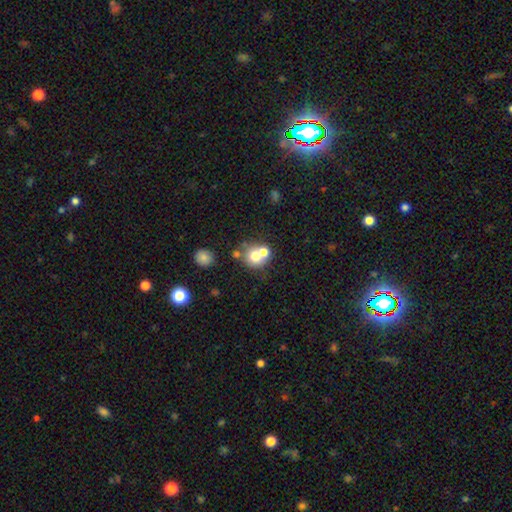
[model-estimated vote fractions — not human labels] Morphology: type=smooth (69%); roundness=round (80%); merging=merger (48%).